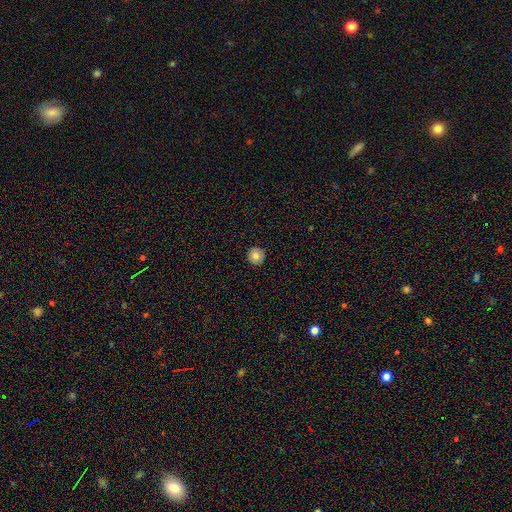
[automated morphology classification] This is likely a smooth galaxy (77%). How rounded: clearly round (96%). Merging: clearly none (93%).